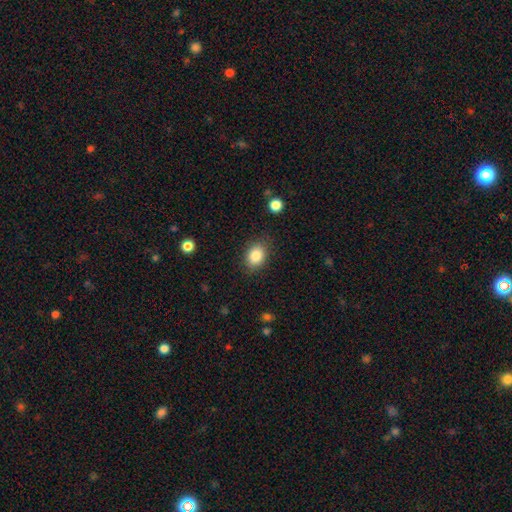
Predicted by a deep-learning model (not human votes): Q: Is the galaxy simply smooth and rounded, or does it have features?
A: smooth — 86%.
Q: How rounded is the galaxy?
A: in between — 68%.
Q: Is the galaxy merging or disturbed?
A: none — 82%.